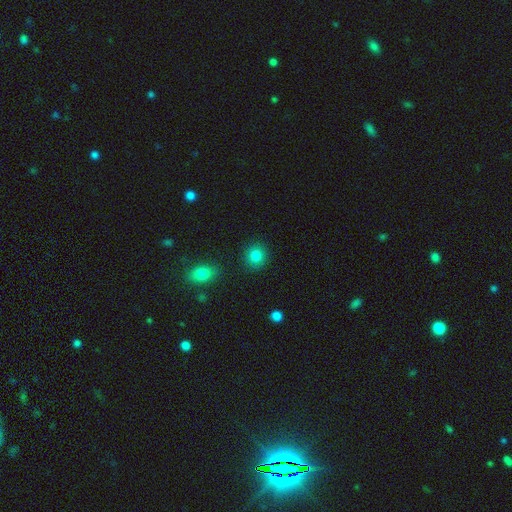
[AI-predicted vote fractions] A smooth galaxy with no disk features (83%) that is round (86%). Merging: none (88%).